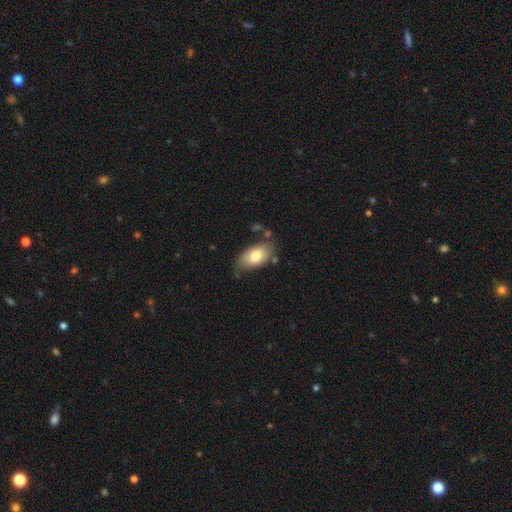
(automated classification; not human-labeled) Smooth or featured? Predicted: smooth (p=0.77). How rounded? Predicted: in between (p=0.93). Merging? Predicted: none (p=0.68).